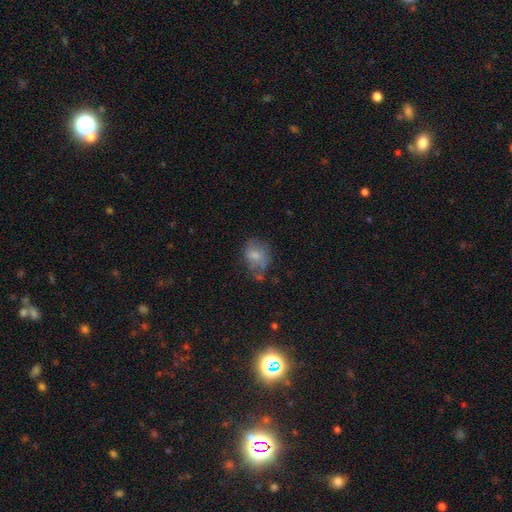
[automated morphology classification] A smooth galaxy with no disk features (66%) that is in between round and cigar-shaped (57%). Merging: none (41%).